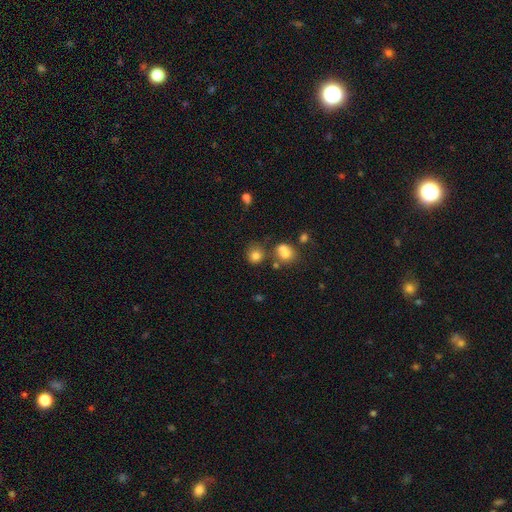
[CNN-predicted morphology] smooth_or_featured: smooth (p=0.78) [alt: star or artifact p=0.14]
how_rounded: round (p=0.84) [alt: in between p=0.15]
merging: none (p=0.68) [alt: merger p=0.16]